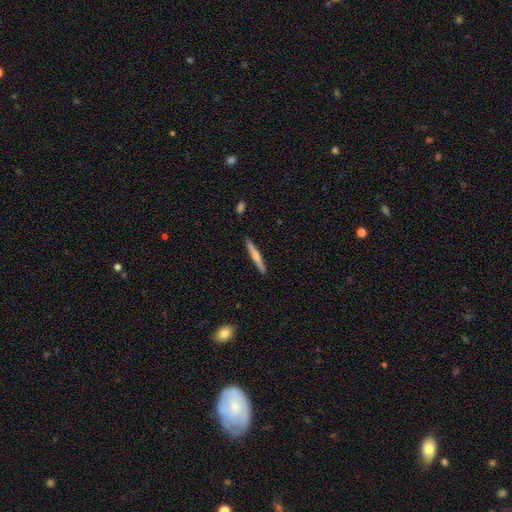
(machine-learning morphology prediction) Smooth or featured? Predicted: smooth (p=0.50). How rounded? Predicted: cigar-shaped (p=0.95). Merging? Predicted: none (p=0.89).